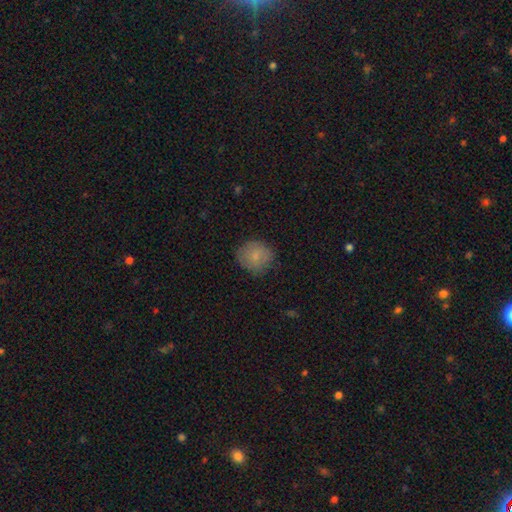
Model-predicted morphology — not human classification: Q: Smooth or featured?
A: smooth (80%); runner-up: featured or disk (12%)
Q: How rounded?
A: round (83%); runner-up: in between (16%)
Q: Merging?
A: none (78%); runner-up: minor disturbance (16%)